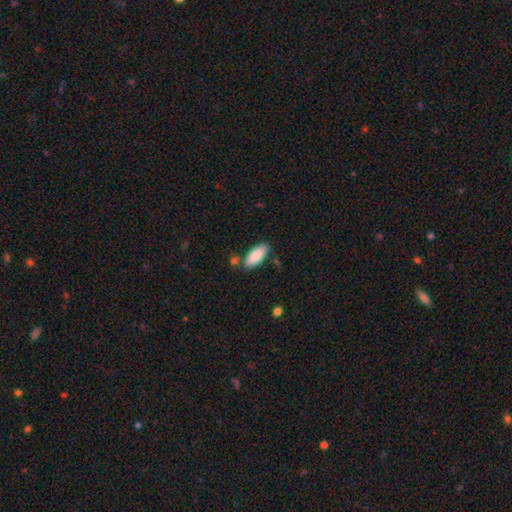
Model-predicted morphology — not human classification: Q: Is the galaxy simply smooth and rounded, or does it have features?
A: smooth — 87%.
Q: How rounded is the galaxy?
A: in between — 81%.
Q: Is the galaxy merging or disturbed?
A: none — 77%.